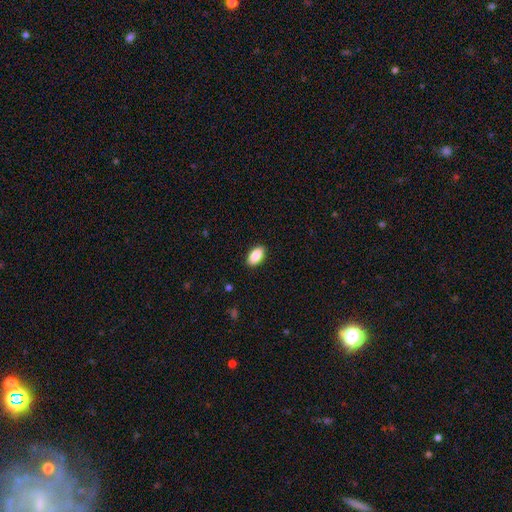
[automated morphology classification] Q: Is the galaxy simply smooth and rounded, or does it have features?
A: smooth — 90%.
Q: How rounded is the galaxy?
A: in between — 94%.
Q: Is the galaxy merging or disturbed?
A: none — 90%.